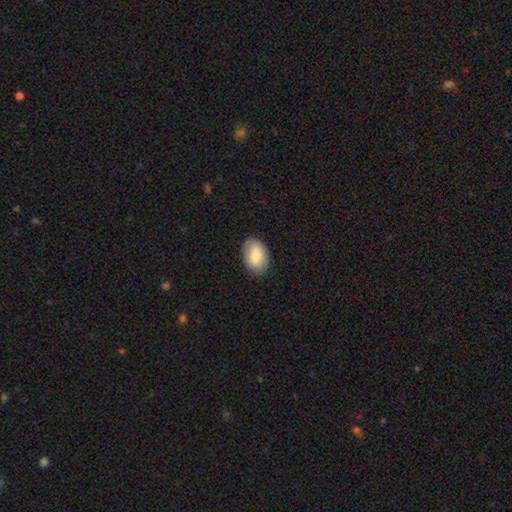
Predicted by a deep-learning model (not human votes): A smooth galaxy with no disk features (82%) that is in between round and cigar-shaped (88%). Merging: none (86%).